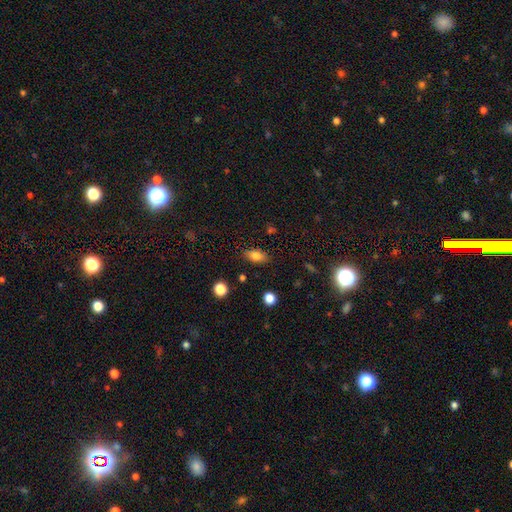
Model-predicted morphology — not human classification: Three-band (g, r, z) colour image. It shows a smooth galaxy with no disk features (80%) that is in between round and cigar-shaped (86%). Merging: none (84%).